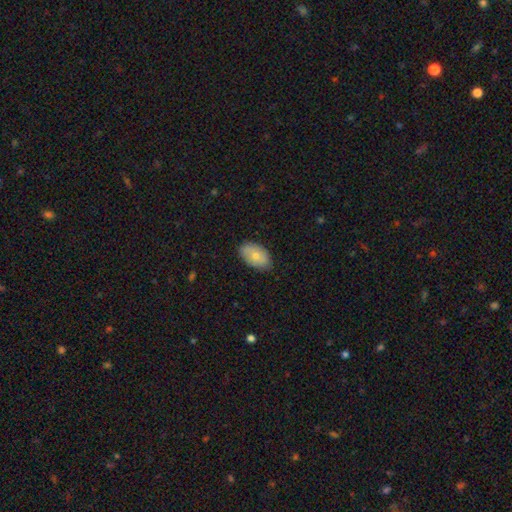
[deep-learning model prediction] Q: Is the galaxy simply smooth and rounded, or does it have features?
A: smooth — 73%.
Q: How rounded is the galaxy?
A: in between — 92%.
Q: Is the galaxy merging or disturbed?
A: none — 81%.